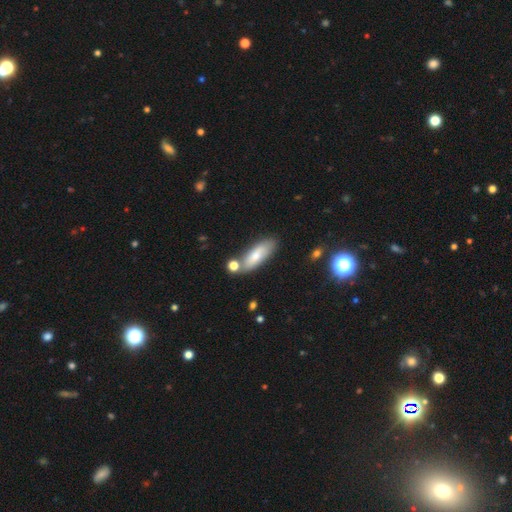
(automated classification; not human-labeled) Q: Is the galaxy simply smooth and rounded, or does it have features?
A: smooth — 73%.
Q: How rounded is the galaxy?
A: in between — 61%.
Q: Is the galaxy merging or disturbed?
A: none — 67%.